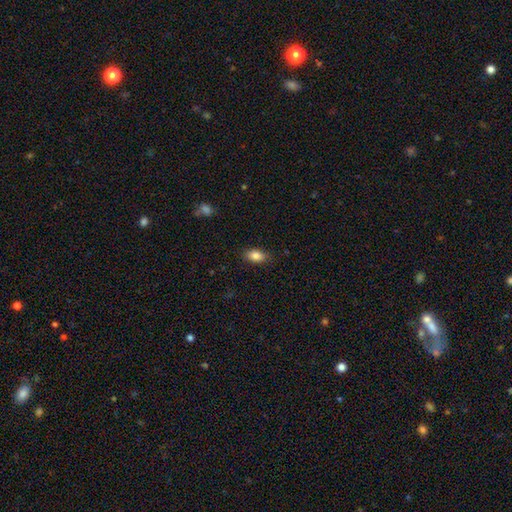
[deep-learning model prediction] Smooth or featured?
  - smooth: 85% *
  - star or artifact: 8%
  - featured or disk: 7%
How rounded?
  - in between: 89% *
  - round: 7%
  - cigar-shaped: 4%
Merging?
  - none: 86% *
  - minor disturbance: 11%
  - major disturbance: 2%
  - merger: 1%